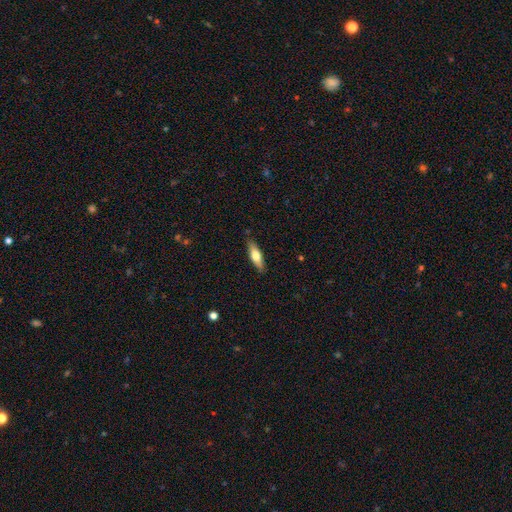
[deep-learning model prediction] Smooth or featured? Predicted: smooth (p=0.62). How rounded? Predicted: cigar-shaped (p=0.53). Merging? Predicted: none (p=0.86).